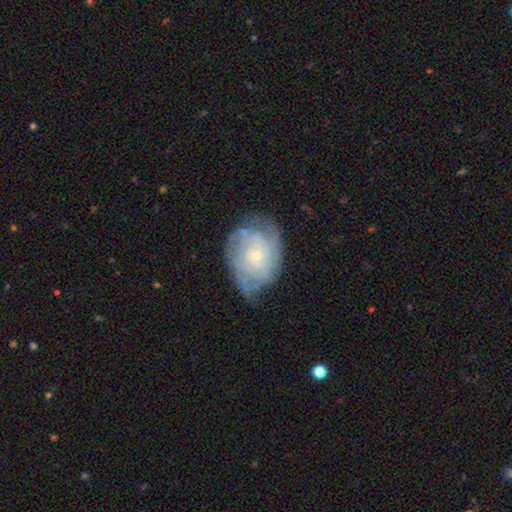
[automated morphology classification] A featured or disk galaxy (78%) with no bar (79%), tight (70%) spiral arms (90%) and a small central bulge (79%). Merging: none (62%).